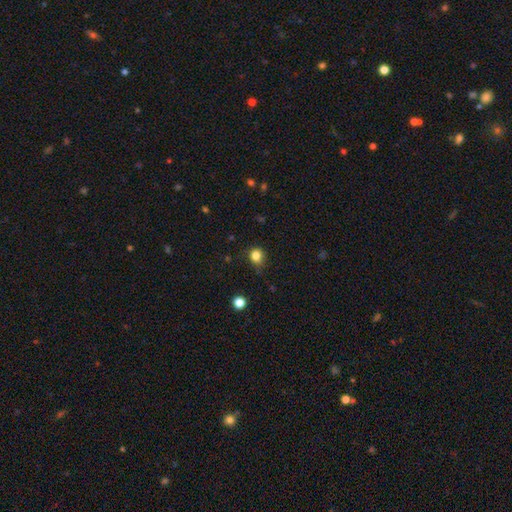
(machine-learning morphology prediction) This appears to be a smooth galaxy with no disk features (83%) that is round (78%). Merging: none (76%).